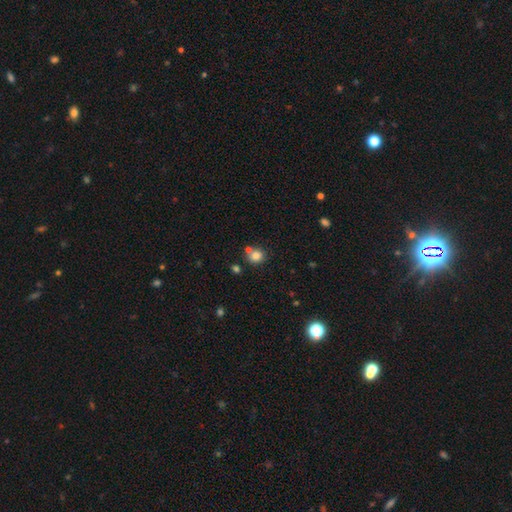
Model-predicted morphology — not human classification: Smooth or featured? smooth (82%)
How rounded? round (83%)
Merging? none (67%)